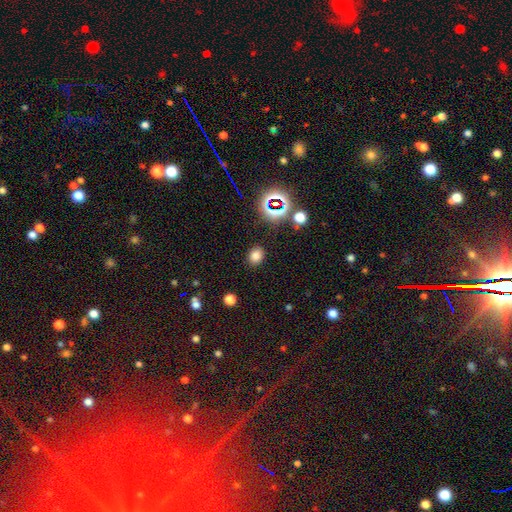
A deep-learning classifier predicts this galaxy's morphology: type=smooth (76%); roundness=in between (54%); merging=none (87%).